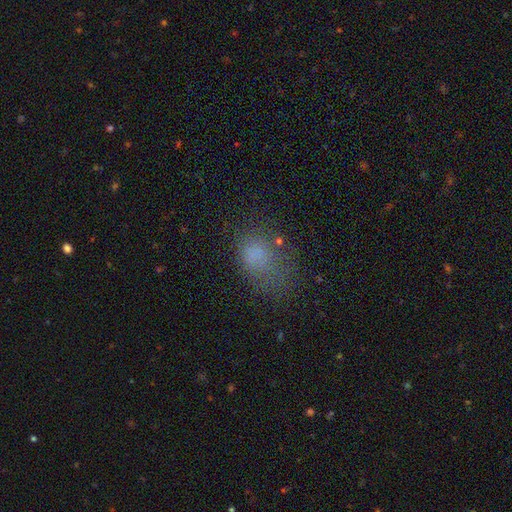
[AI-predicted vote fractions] Overall: smooth (67%). How rounded: in between (74%). Merging: none (44%; major disturbance 27%).